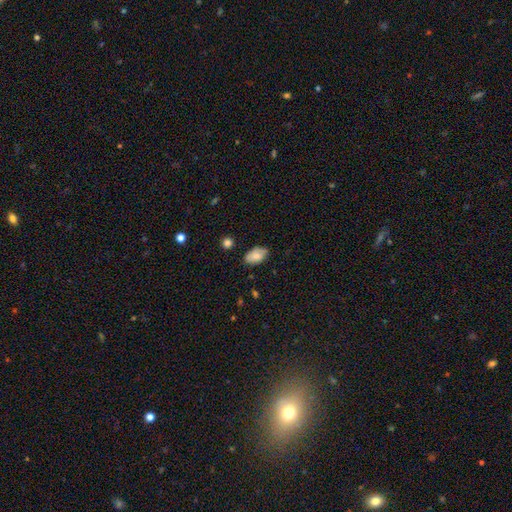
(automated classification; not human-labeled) Smooth or featured: smooth — 81% (featured or disk — 12%)
How rounded: in between — 93% (round — 5%)
Merging: none — 75% (minor disturbance — 20%)